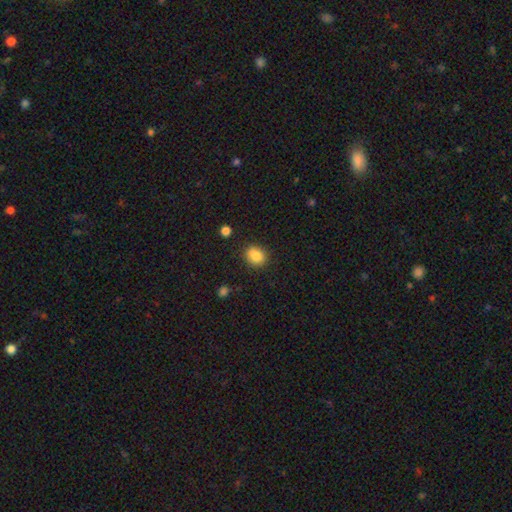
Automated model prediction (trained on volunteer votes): Smooth or featured? Predicted: smooth (p=0.85). How rounded? Predicted: round (p=0.54). Merging? Predicted: none (p=0.81).